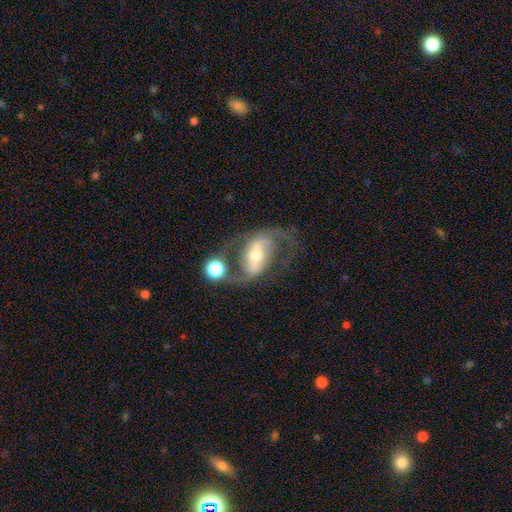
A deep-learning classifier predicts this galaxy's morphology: smooth-or-featured: featured or disk: 82% | smooth: 11% | star or artifact: 7%
  disk-edge-on: no: 96% | yes: 4%
    bar: strong: 43% | weak: 35% | no: 22%
    has-spiral-arms: yes: 91% | no: 9%
      spiral-winding: medium: 44% (tied) | loose: 44% (tied) | tight: 11%
      spiral-arm-count: 2: 90% | can't tell: 4% | 1: 3% | 3: 1% | 4: 1% | more than 4: 1%
    bulge-size: moderate: 59% | small: 33% | large: 6% | dominant: 1% | none: 1%
  merging: none: 56% | major disturbance: 16% | minor disturbance: 15% | merger: 14%